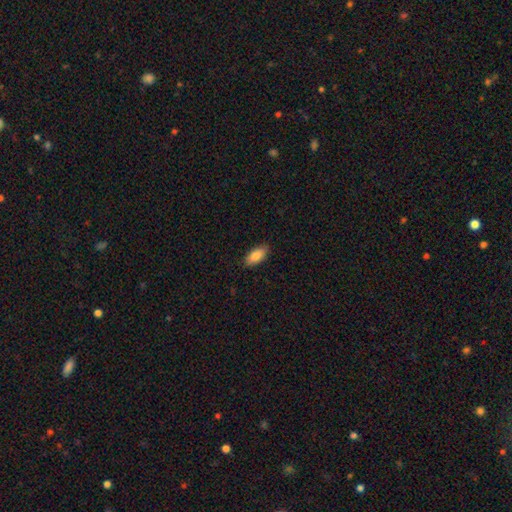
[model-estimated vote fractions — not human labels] smooth 87%, featured or disk 7%, star or artifact 6%. Down the decision tree: how rounded — in between (87%); merging — none (86%).